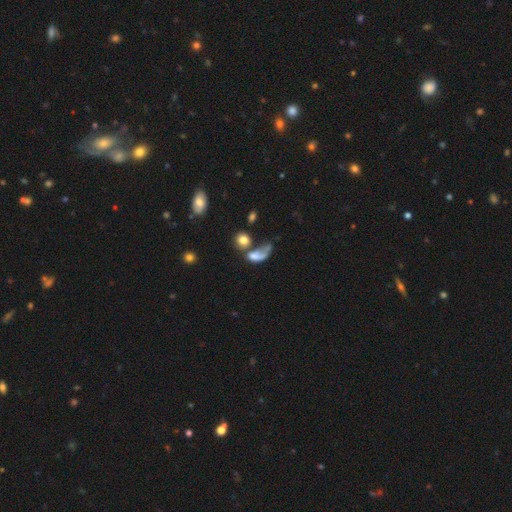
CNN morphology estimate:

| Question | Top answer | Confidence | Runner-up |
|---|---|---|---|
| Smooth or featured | smooth | 54% | featured or disk (33%) |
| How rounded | in between | 64% | round (30%) |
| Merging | major disturbance | 36% | merger (33%) |